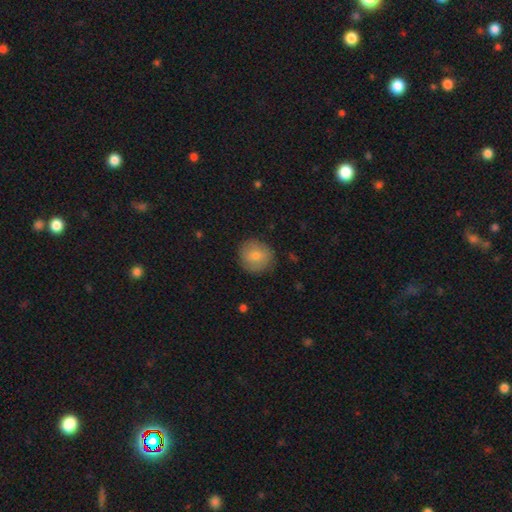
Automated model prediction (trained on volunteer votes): Morphology: type=smooth (73%); roundness=round (90%); merging=none (85%).